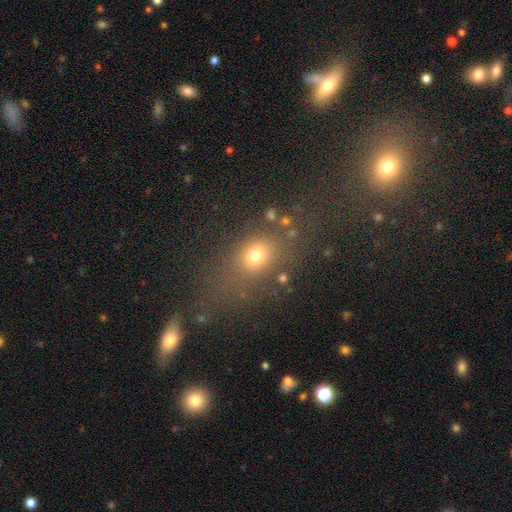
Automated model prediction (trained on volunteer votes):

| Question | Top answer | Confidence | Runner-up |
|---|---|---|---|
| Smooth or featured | smooth | 69% | star or artifact (20%) |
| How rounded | in between | 55% | round (41%) |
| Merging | none | 60% | minor disturbance (16%) |